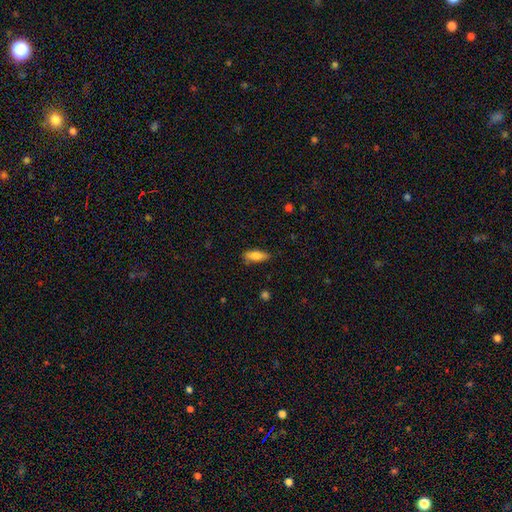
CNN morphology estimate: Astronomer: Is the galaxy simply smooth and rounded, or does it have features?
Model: smooth — 77%.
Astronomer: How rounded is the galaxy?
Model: in between — 60% (runner-up: cigar-shaped, 38%).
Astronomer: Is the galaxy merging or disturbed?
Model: none — 79%.